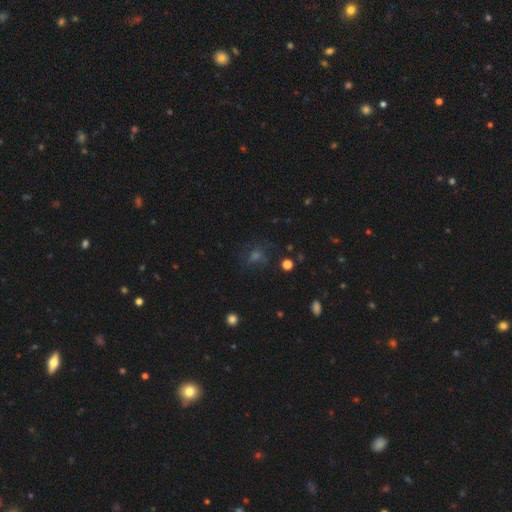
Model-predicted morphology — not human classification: smooth-or-featured: star or artifact: 40% | smooth: 37% | featured or disk: 23%